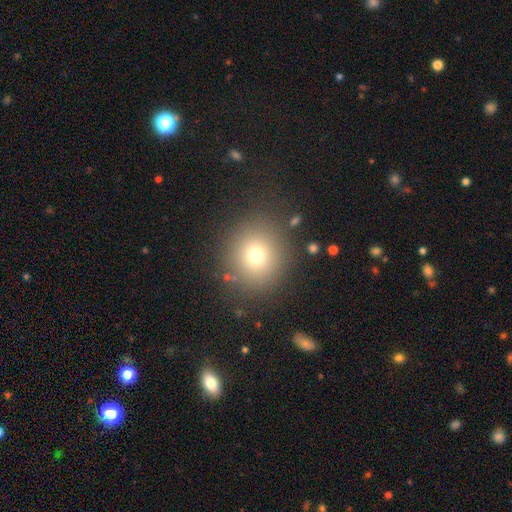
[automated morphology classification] Q: Smooth or featured?
A: smooth (71%); runner-up: star or artifact (17%)
Q: How rounded?
A: round (88%); runner-up: in between (11%)
Q: Merging?
A: none (85%); runner-up: minor disturbance (8%)